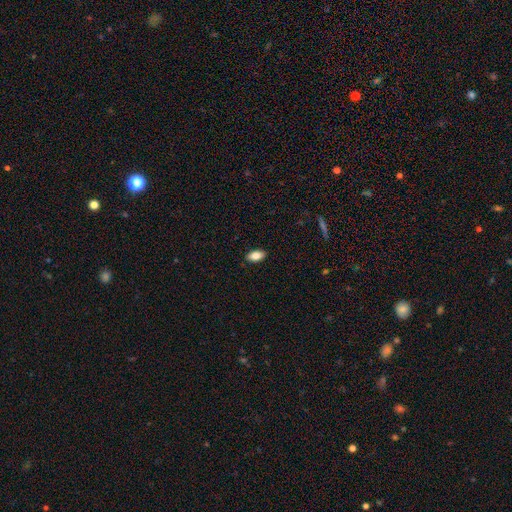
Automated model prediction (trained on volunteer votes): Q: Smooth or featured?
A: smooth (84%); runner-up: featured or disk (9%)
Q: How rounded?
A: in between (92%); runner-up: round (4%)
Q: Merging?
A: none (89%); runner-up: minor disturbance (9%)